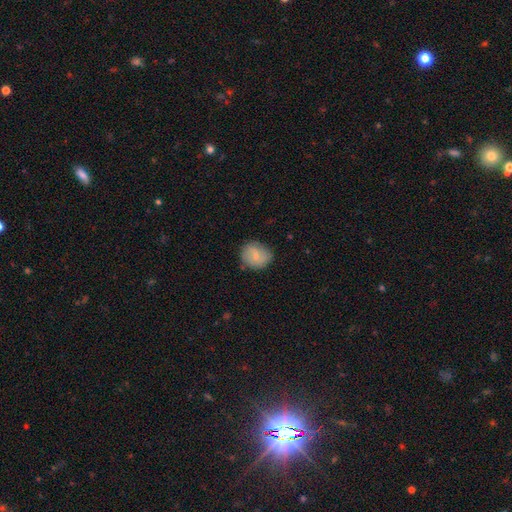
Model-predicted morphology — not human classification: A smooth galaxy with no disk features (76%) that is round (73%).

Vote fractions:
- Smooth or featured? smooth: 76% / featured or disk: 17% / star or artifact: 7%
- How rounded? round: 73% / in between: 26% / cigar-shaped: 1%
- Merging? none: 76% / minor disturbance: 18% / major disturbance: 4% / merger: 2%